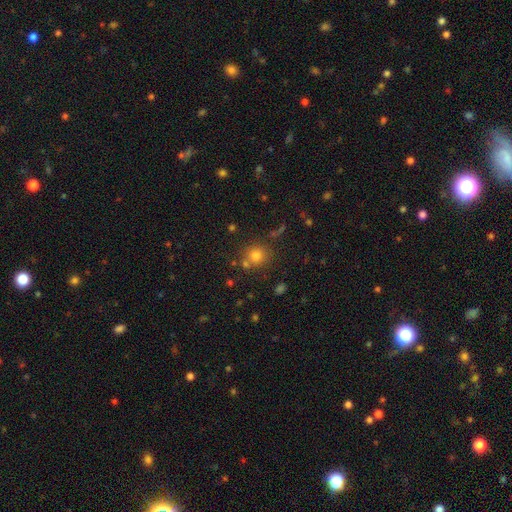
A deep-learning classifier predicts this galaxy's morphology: Smooth or featured: smooth — 74% (star or artifact — 18%)
How rounded: round — 88% (in between — 11%)
Merging: none — 74% (merger — 13%)